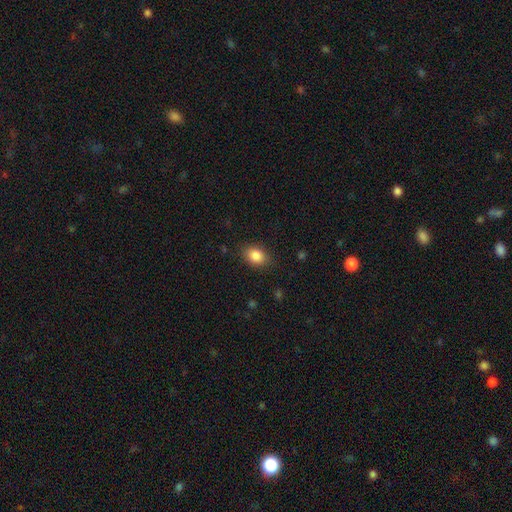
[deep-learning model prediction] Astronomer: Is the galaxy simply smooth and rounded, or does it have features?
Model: smooth — 86%.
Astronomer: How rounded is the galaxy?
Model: in between — 70%.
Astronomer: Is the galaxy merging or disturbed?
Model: none — 84%.